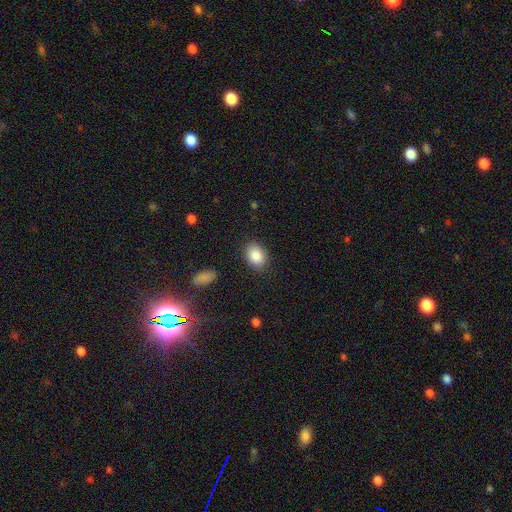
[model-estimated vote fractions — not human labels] Overall: smooth (87%). How rounded: in between (73%). Merging: none (86%).